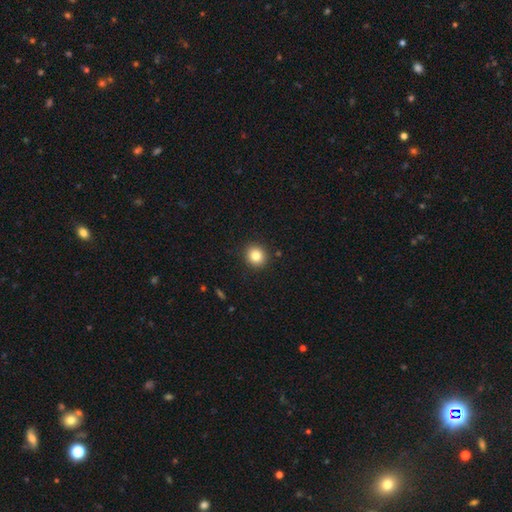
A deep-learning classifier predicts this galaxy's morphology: Smooth or featured?
  - smooth: 82% *
  - star or artifact: 11%
  - featured or disk: 7%
How rounded?
  - round: 87% *
  - in between: 12%
  - cigar-shaped: 1%
Merging?
  - none: 91% *
  - minor disturbance: 6%
  - major disturbance: 2%
  - merger: 1%